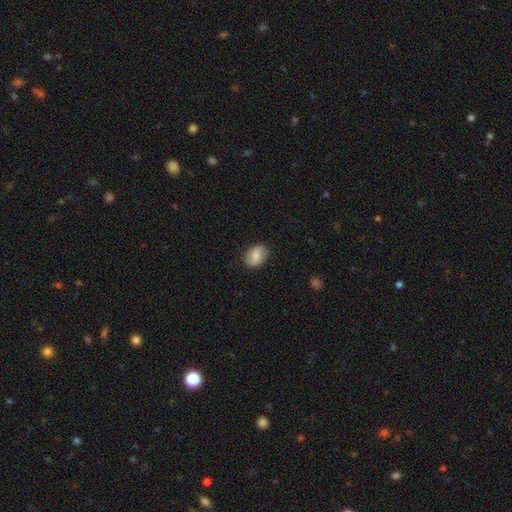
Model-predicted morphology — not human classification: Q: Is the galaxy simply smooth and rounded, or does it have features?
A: smooth — 66%.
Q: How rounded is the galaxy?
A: in between — 72%.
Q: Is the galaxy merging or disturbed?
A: none — 84%.